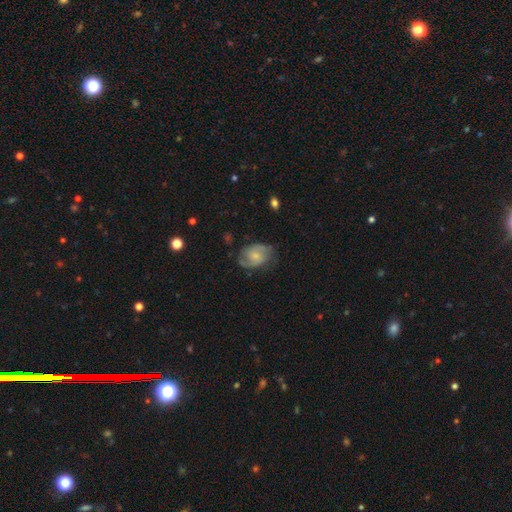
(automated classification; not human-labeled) The model was most divided on "spiral winding": medium: 46%, tight: 30%, loose: 24%. More confident: edge-on disk — no (97%); spiral arms — yes (87%); spiral arm count — 2 (78%); merging — none (64%); smooth or featured — featured or disk (61%); bar — no (61%); bulge size — small (57%).